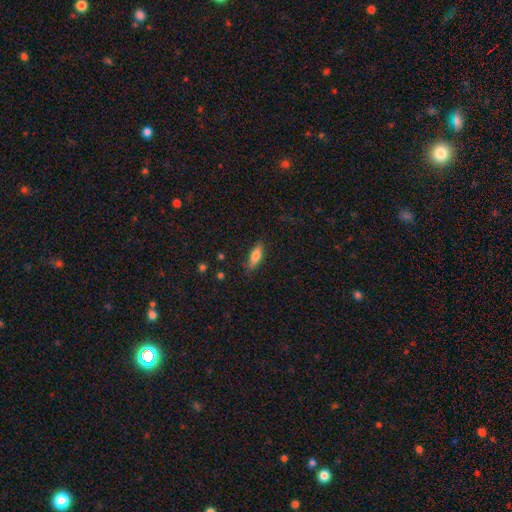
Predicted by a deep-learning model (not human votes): The model was most divided on "how rounded": in between: 50%, cigar-shaped: 48%, round: 2%. More confident: merging — none (81%); smooth or featured — smooth (71%).